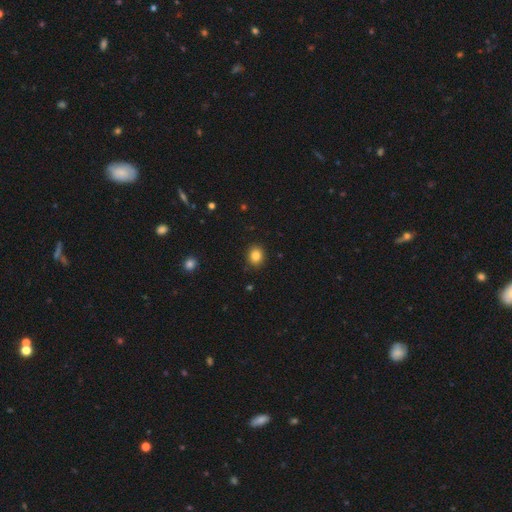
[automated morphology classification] smooth_or_featured: smooth (p=0.84) [alt: star or artifact p=0.10]
how_rounded: round (p=0.63) [alt: in between p=0.36]
merging: none (p=0.90) [alt: minor disturbance p=0.07]